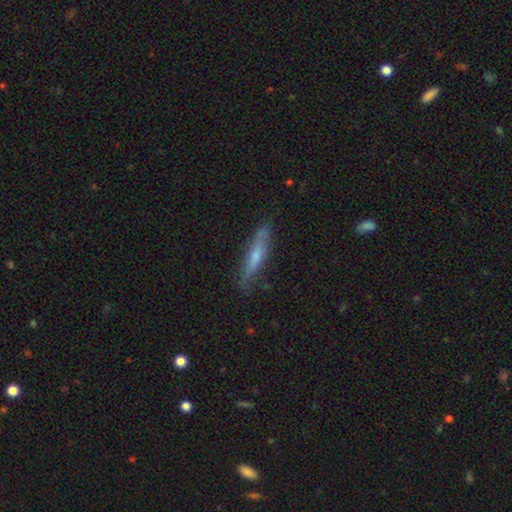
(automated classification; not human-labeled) smooth_or_featured: smooth (p=0.48) [alt: featured or disk p=0.45]
merging: none (p=0.79) [alt: minor disturbance p=0.16]